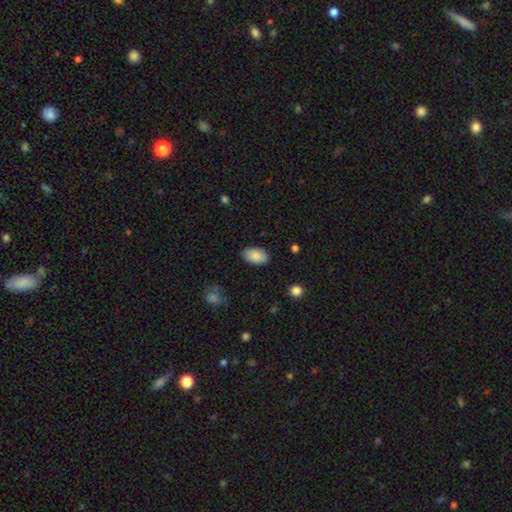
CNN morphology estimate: smooth-or-featured: smooth: 88% | star or artifact: 7% | featured or disk: 5%
  how-rounded: in between: 93% | round: 6% | cigar-shaped: 1%
  merging: none: 85% | minor disturbance: 11% | major disturbance: 3% | merger: 1%